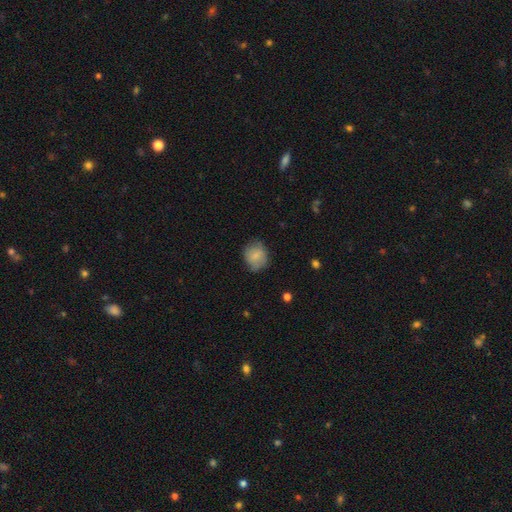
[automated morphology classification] Q: Smooth or featured?
A: smooth (79%); runner-up: featured or disk (13%)
Q: How rounded?
A: round (65%); runner-up: in between (34%)
Q: Merging?
A: none (70%); runner-up: minor disturbance (23%)